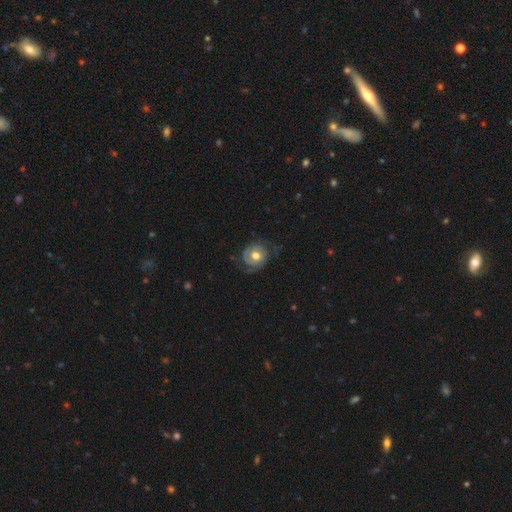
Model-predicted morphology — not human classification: This is likely a featured or disk galaxy (76%). It is clearly not viewed edge-on (98%). Bar: likely no (70%). Spiral arm pattern: clearly yes (91%). Spiral arm count: possibly 2 (59%). Spiral winding: possibly tight (58%). Central bulge: likely moderate (73%). Merging: likely none (66%).